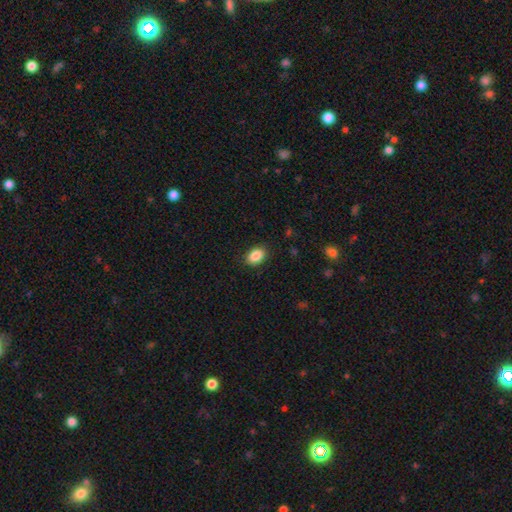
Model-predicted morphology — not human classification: smooth-or-featured: smooth: 88% | star or artifact: 8% | featured or disk: 5%
  how-rounded: in between: 83% | round: 16% | cigar-shaped: 1%
  merging: none: 88% | minor disturbance: 9% | major disturbance: 2% | merger: 1%